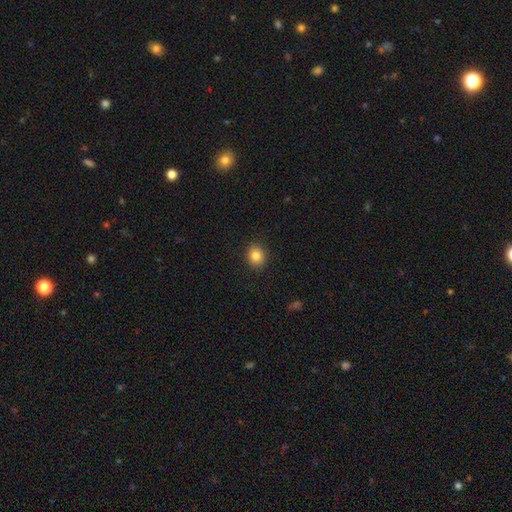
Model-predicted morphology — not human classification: smooth_or_featured: smooth (p=0.84) [alt: star or artifact p=0.10]
how_rounded: round (p=0.72) [alt: in between p=0.28]
merging: none (p=0.91) [alt: minor disturbance p=0.06]